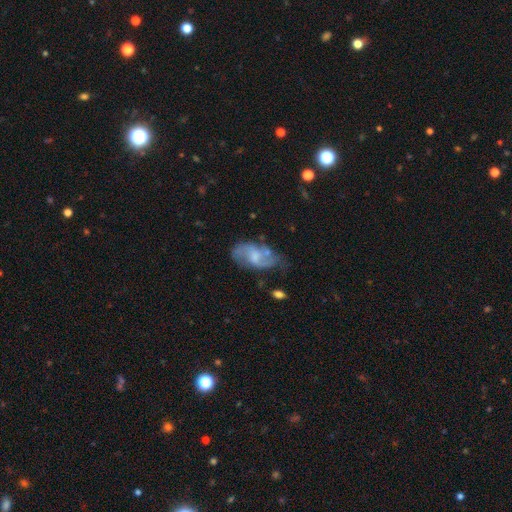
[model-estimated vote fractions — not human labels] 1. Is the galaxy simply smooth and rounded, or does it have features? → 65% featured or disk, 28% smooth, 7% star or artifact.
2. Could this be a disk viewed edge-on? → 96% no, 4% yes.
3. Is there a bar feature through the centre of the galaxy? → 46% weak, 44% no, 10% strong.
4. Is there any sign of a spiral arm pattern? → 82% yes, 18% no.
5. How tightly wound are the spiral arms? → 44% loose, 42% medium, 14% tight.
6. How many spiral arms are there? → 78% 2, 13% can't tell, 3% 1, 3% 3, 1% 4, 1% more than 4.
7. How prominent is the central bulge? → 39% moderate, 35% small, 19% none, 5% large, 1% dominant.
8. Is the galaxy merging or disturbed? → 53% none, 28% minor disturbance, 13% major disturbance, 6% merger.